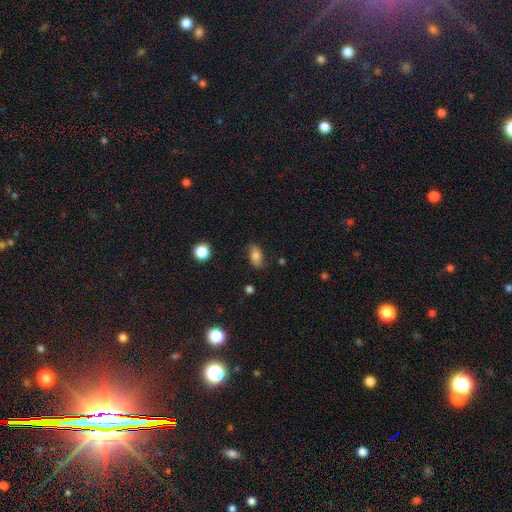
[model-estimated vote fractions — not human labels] Morphology: type=smooth (79%); roundness=in between (88%); merging=none (80%).